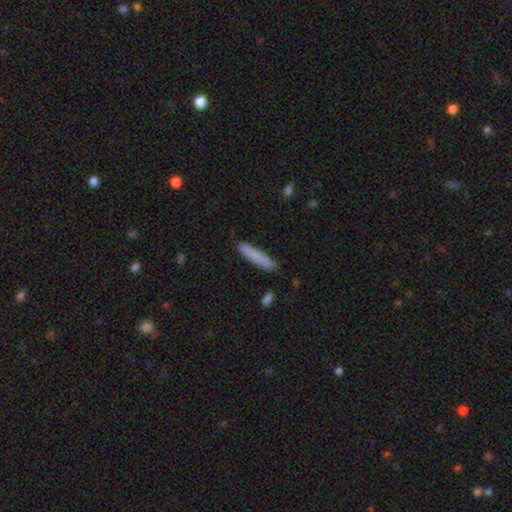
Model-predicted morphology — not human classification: Smooth or featured? smooth (82%)
How rounded? cigar-shaped (91%)
Merging? none (85%)